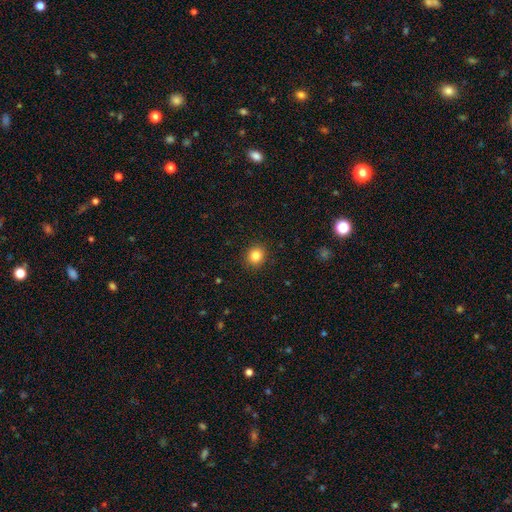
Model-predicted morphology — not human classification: Smooth or featured? smooth (83%)
How rounded? round (83%)
Merging? none (91%)